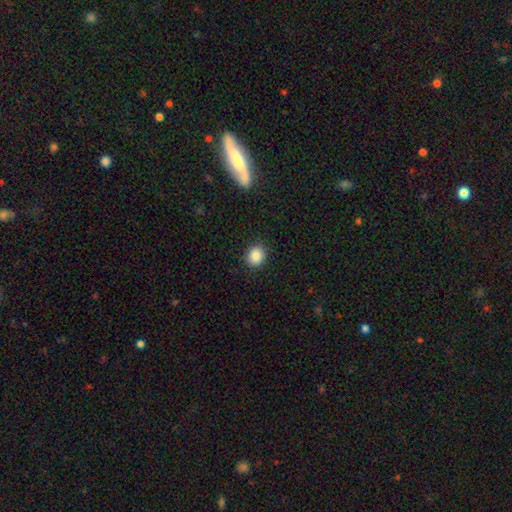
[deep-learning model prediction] Q: Smooth or featured?
A: smooth (87%); runner-up: star or artifact (9%)
Q: How rounded?
A: round (70%); runner-up: in between (29%)
Q: Merging?
A: none (89%); runner-up: minor disturbance (8%)